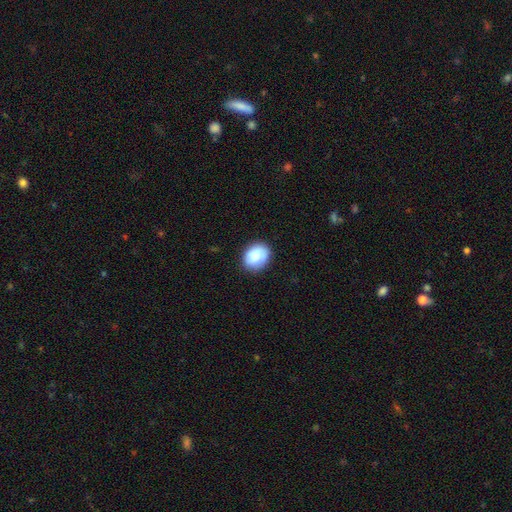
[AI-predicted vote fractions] This is clearly a smooth galaxy (84%). How rounded: possibly in between (51%). Merging: clearly none (84%).